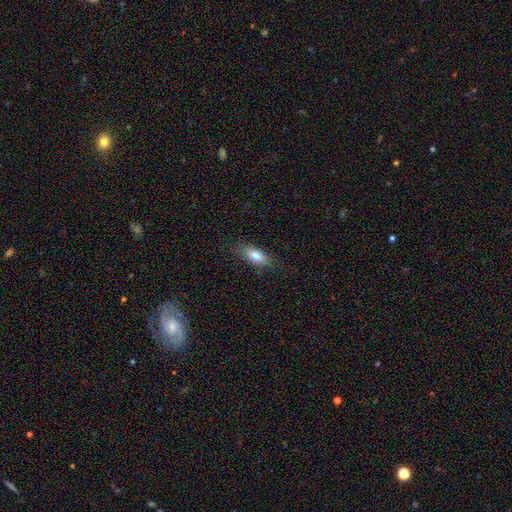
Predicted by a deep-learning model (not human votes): Smooth or featured? Predicted: smooth (p=0.77). How rounded? Predicted: in between (p=0.77). Merging? Predicted: none (p=0.78).